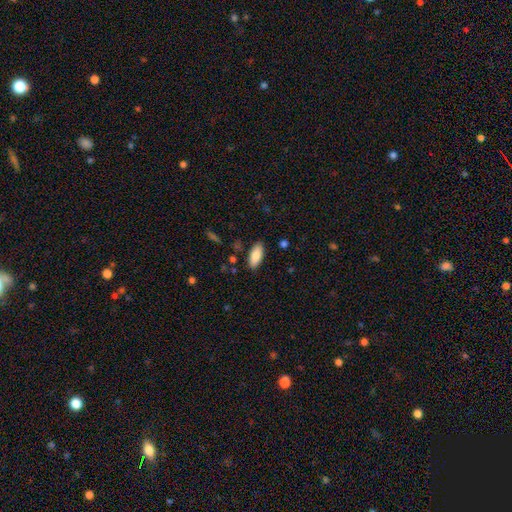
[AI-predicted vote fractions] Morphology: type=smooth (85%); roundness=in between (86%); merging=none (86%).